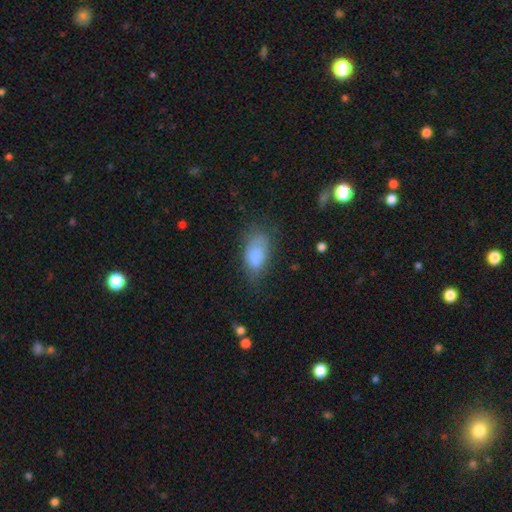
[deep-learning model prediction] Smooth or featured: smooth — 80% (featured or disk — 11%)
How rounded: in between — 91% (round — 6%)
Merging: none — 52% (minor disturbance — 30%)